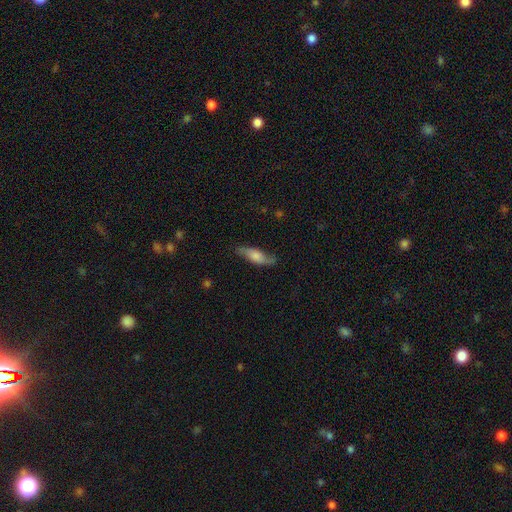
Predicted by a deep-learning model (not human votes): Smooth or featured?
  - smooth: 49% *
  - featured or disk: 44%
  - star or artifact: 7%
Merging?
  - none: 74% *
  - minor disturbance: 19%
  - major disturbance: 5%
  - merger: 2%